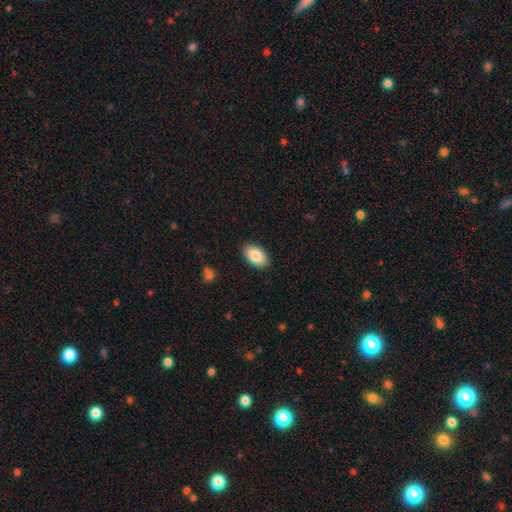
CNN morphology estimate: This appears to be a smooth galaxy with no disk features (86%) that is in between round and cigar-shaped (94%). Merging: none (89%).